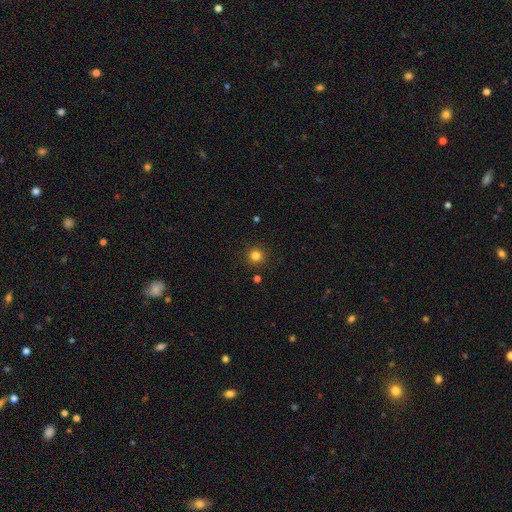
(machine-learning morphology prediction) smooth-or-featured: smooth: 81% | star or artifact: 14% | featured or disk: 5%
  how-rounded: round: 95% | in between: 4% | cigar-shaped: 1%
  merging: none: 91% | minor disturbance: 5% | major disturbance: 2% | merger: 2%